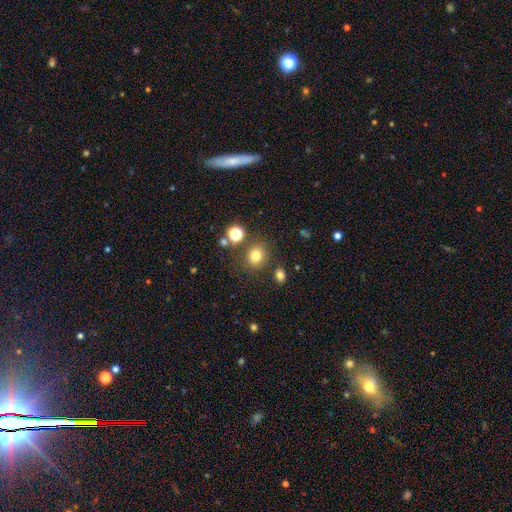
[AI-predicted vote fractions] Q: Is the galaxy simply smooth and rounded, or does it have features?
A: smooth — 78%.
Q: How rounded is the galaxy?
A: round — 71%.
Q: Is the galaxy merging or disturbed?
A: none — 80%.